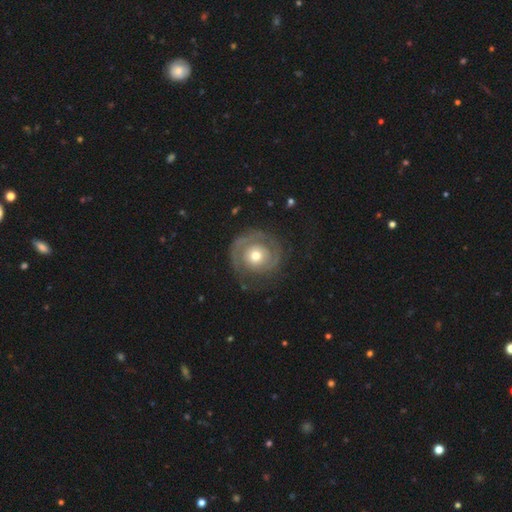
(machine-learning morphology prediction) type=featured or disk (74%); edge-on=no (97%); bar=no (85%); spiral arms=yes (76%); winding=tight (69%); arm count=2 (43%); bulge=moderate (68%); merging=none (72%).